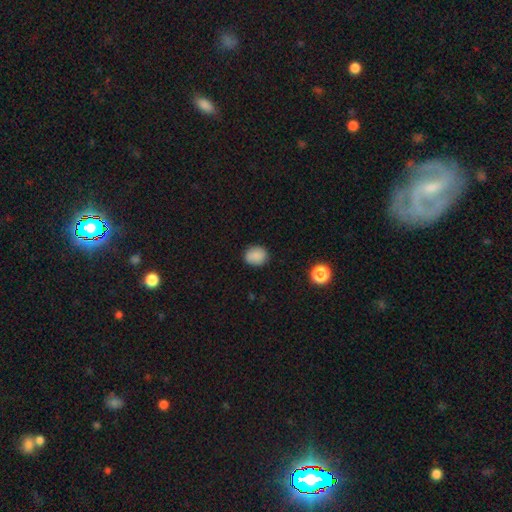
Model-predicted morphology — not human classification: smooth_or_featured: smooth (p=0.86) [alt: star or artifact p=0.09]
how_rounded: round (p=0.68) [alt: in between p=0.31]
merging: none (p=0.86) [alt: minor disturbance p=0.11]